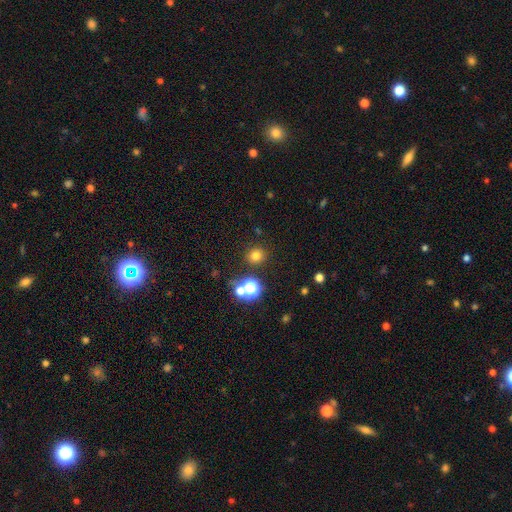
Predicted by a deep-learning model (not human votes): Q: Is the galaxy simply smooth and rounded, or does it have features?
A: smooth — 74%.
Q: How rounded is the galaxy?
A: round — 90%.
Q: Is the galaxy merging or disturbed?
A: none — 85%.